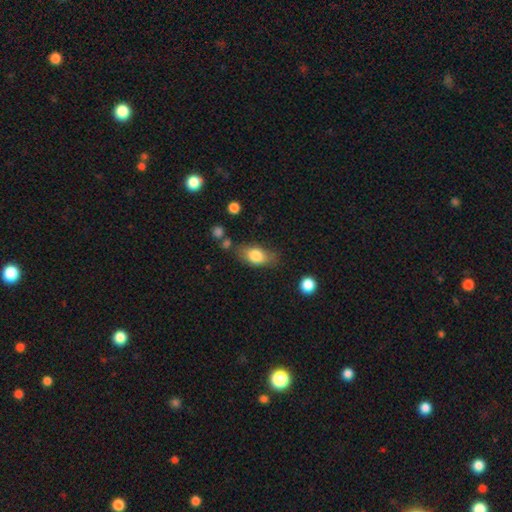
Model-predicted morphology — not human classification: The model was most divided on "merging": none: 68%, minor disturbance: 21%, major disturbance: 6%, merger: 5%. More confident: how rounded — in between (84%); smooth or featured — smooth (79%).